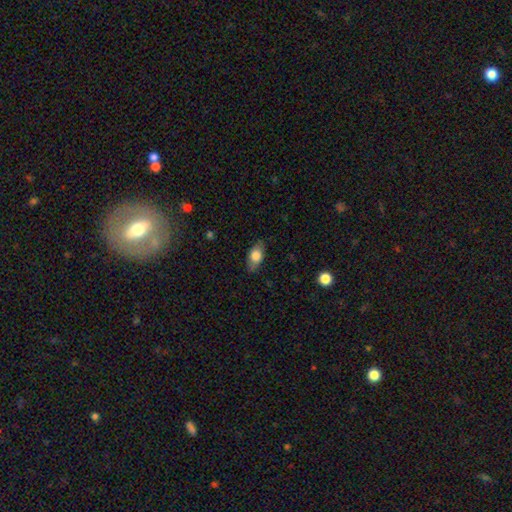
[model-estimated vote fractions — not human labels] Smooth or featured? Predicted: smooth (p=0.74). How rounded? Predicted: in between (p=0.88). Merging? Predicted: none (p=0.81).